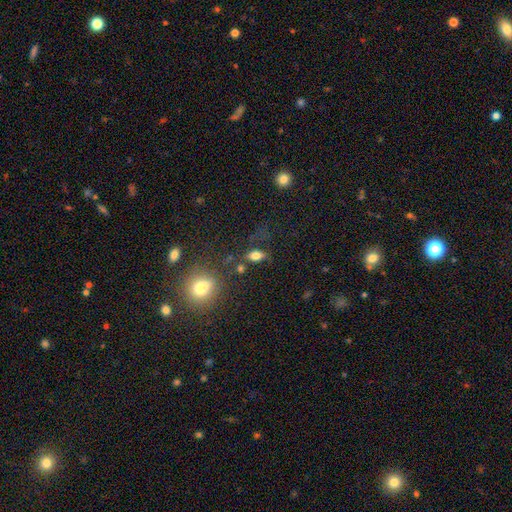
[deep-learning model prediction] Smooth or featured: smooth — 74% (star or artifact — 13%)
How rounded: in between — 81% (round — 12%)
Merging: none — 62% (minor disturbance — 19%)